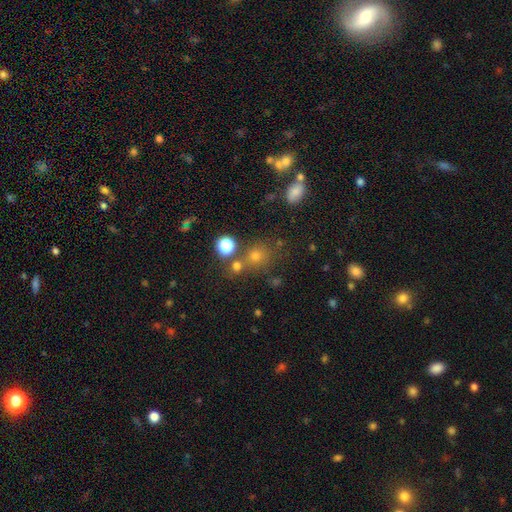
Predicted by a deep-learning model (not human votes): smooth-or-featured: smooth: 69% | star or artifact: 22% | featured or disk: 9%
  how-rounded: round: 84% | in between: 15% | cigar-shaped: 1%
  merging: none: 63% | merger: 22% | minor disturbance: 10% | major disturbance: 5%